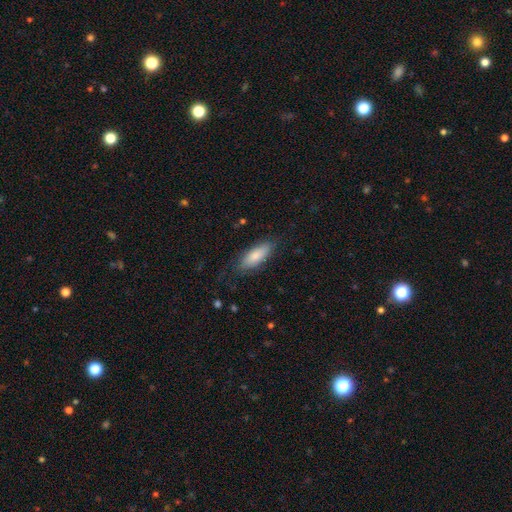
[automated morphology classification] smooth 82%, featured or disk 13%, star or artifact 6%. Down the decision tree: how rounded — in between (68%); merging — none (79%).